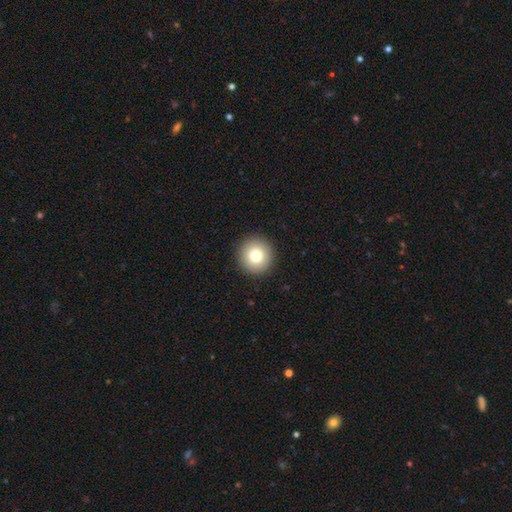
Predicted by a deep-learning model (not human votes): smooth-or-featured: smooth: 80% | featured or disk: 11% | star or artifact: 10%
  how-rounded: round: 96% | in between: 4% | cigar-shaped: 1%
  merging: none: 92% | minor disturbance: 5% | major disturbance: 2% | merger: 1%